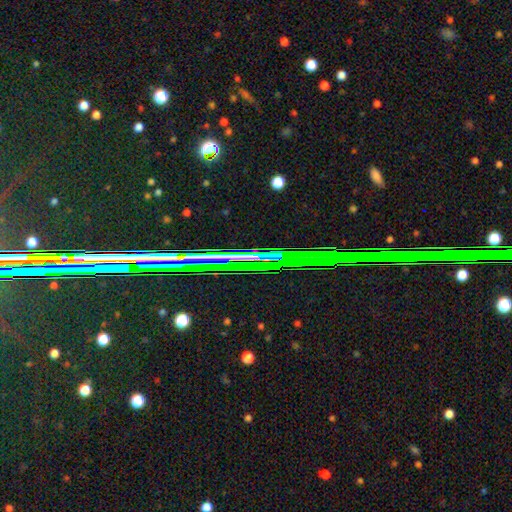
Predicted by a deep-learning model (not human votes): Morphology: type=star or artifact (79%).